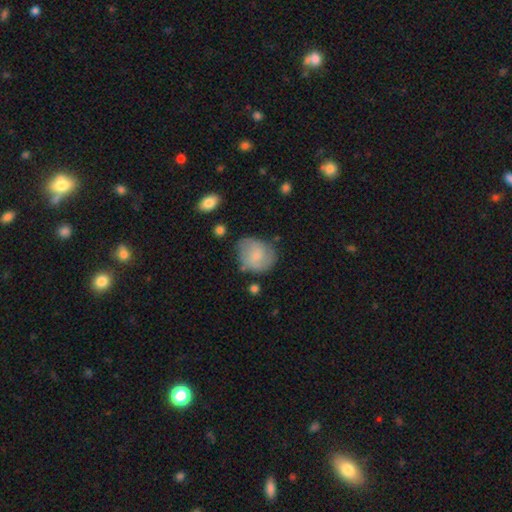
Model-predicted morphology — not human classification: smooth 61%, featured or disk 32%, star or artifact 7%. Down the decision tree: how rounded — round (62%); merging — none (63%).